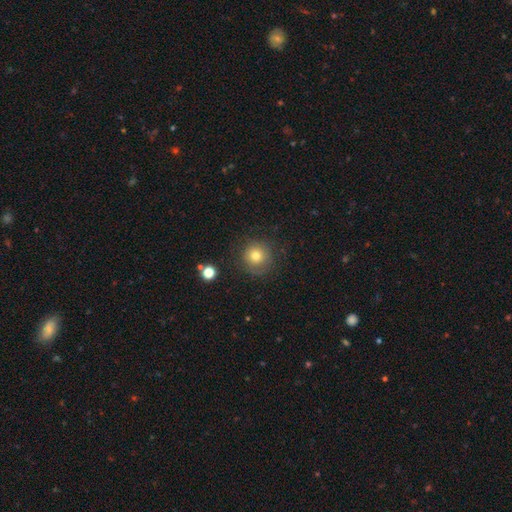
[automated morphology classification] A smooth galaxy with no disk features (72%) that is round (94%).

Vote fractions:
- Smooth or featured? smooth: 72% / featured or disk: 16% / star or artifact: 12%
- How rounded? round: 94% / in between: 5% / cigar-shaped: 1%
- Merging? none: 78% / minor disturbance: 13% / major disturbance: 6% / merger: 2%